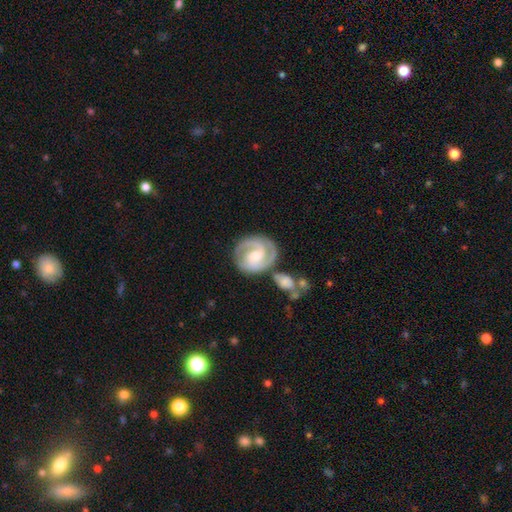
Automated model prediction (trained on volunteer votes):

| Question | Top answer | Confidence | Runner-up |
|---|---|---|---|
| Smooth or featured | featured or disk | 87% | smooth (8%) |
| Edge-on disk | no | 98% | yes (2%) |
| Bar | no | 52% | weak (37%) |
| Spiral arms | yes | 98% | no (2%) |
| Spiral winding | tight | 58% | medium (36%) |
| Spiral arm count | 2 | 69% | 3 (18%) |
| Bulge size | moderate | 47% | small (46%) |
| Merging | none | 64% | minor disturbance (15%) |